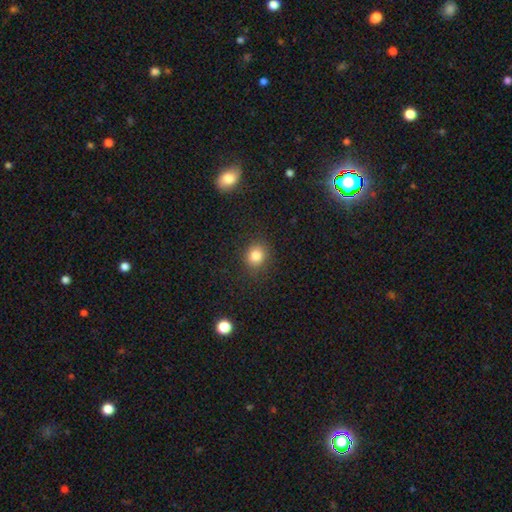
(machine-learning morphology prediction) Smooth or featured?
  - smooth: 83% *
  - star or artifact: 12%
  - featured or disk: 5%
How rounded?
  - round: 74% *
  - in between: 25%
  - cigar-shaped: 1%
Merging?
  - none: 86% *
  - minor disturbance: 10%
  - major disturbance: 3%
  - merger: 2%